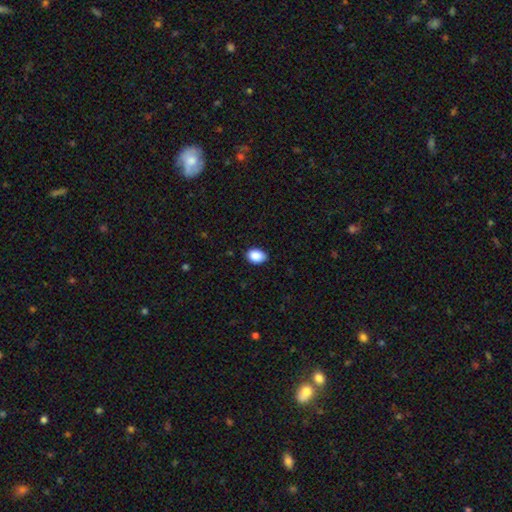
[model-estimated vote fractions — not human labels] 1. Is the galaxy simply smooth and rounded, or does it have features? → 89% smooth, 8% star or artifact, 3% featured or disk.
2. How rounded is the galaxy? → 76% in between, 23% round, 1% cigar-shaped.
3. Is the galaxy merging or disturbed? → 86% none, 11% minor disturbance, 2% major disturbance, 1% merger.